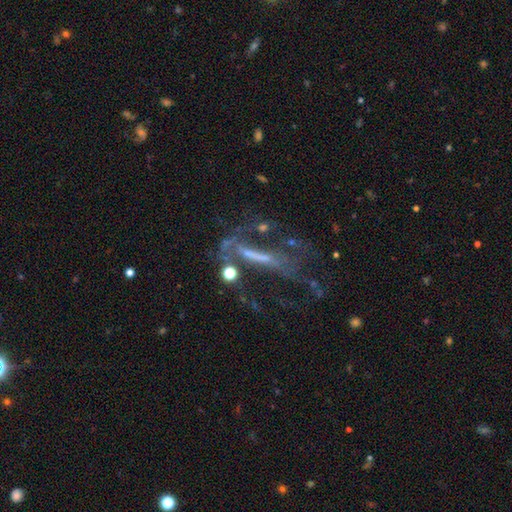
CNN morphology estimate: A featured or disk galaxy (62%).

Vote fractions:
- Smooth or featured? featured or disk: 62% / star or artifact: 20% / smooth: 18%
- Edge-on disk? no: 70% / yes: 30%
- Merging? major disturbance: 39% / none: 34% / minor disturbance: 15% / merger: 12%